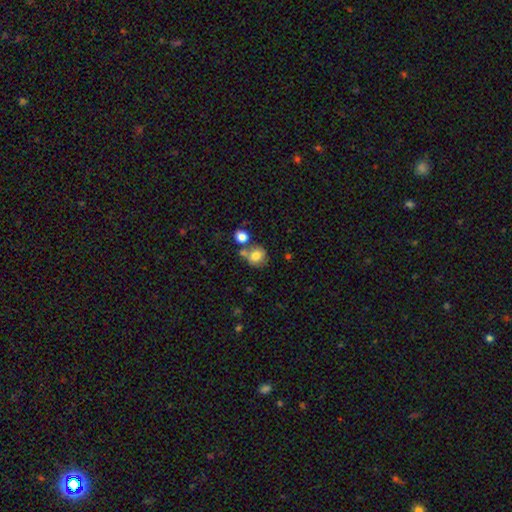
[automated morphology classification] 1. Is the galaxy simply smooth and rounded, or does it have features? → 77% smooth, 13% featured or disk, 10% star or artifact.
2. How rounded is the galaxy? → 80% round, 19% in between, 1% cigar-shaped.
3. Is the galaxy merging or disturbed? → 51% none, 30% merger, 14% minor disturbance, 5% major disturbance.